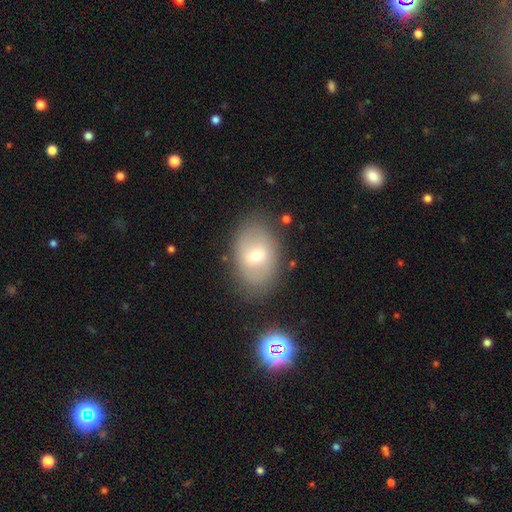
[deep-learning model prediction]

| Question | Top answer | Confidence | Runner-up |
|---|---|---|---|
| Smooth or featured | smooth | 54% | featured or disk (34%) |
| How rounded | in between | 82% | round (16%) |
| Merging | none | 80% | minor disturbance (13%) |